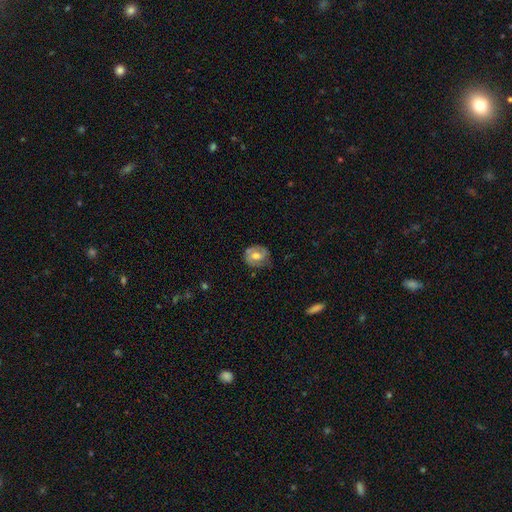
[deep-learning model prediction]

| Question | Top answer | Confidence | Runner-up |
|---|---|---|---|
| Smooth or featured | featured or disk | 52% | smooth (40%) |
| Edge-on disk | no | 96% | yes (4%) |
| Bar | no | 49% | weak (39%) |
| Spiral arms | yes | 70% | no (30%) |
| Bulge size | moderate | 70% | small (14%) |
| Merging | none | 65% | minor disturbance (25%) |